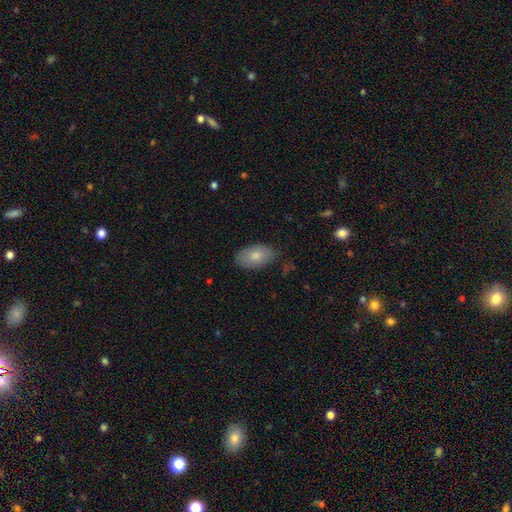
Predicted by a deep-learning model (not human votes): Smooth or featured? Predicted: smooth (p=0.79). How rounded? Predicted: in between (p=0.93). Merging? Predicted: none (p=0.79).